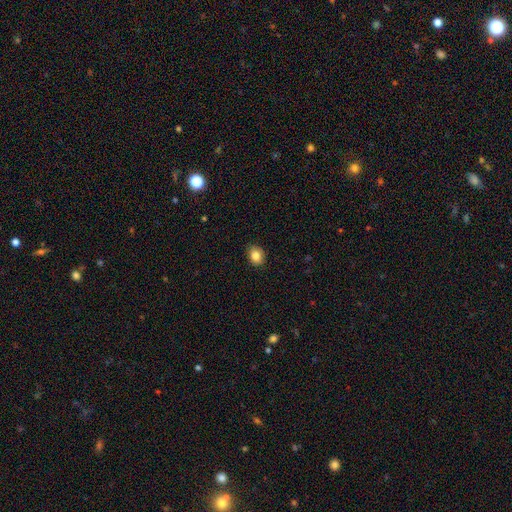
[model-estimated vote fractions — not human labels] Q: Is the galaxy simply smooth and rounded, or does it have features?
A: smooth — 85%.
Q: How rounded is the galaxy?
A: in between — 53%.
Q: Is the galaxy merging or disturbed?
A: none — 87%.